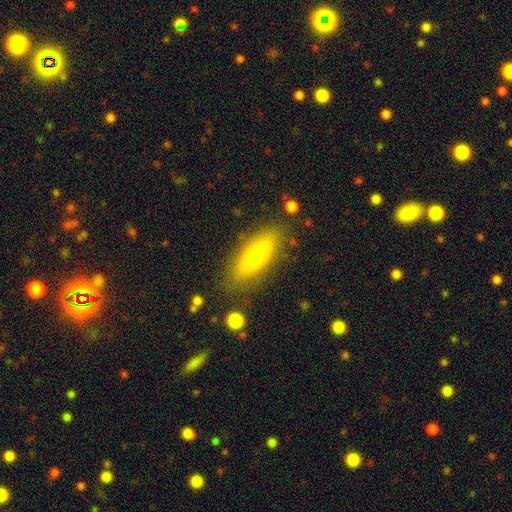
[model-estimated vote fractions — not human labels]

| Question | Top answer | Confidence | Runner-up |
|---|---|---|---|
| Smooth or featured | smooth | 64% | featured or disk (27%) |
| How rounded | in between | 70% | cigar-shaped (26%) |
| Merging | none | 81% | minor disturbance (13%) |